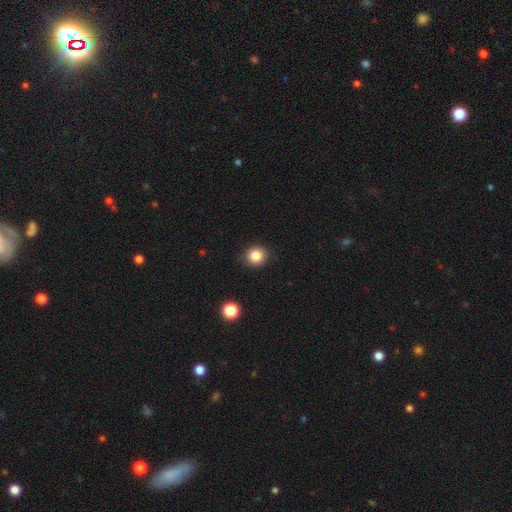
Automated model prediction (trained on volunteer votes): This is clearly a smooth galaxy (84%). How rounded: clearly round (87%). Merging: clearly none (90%).